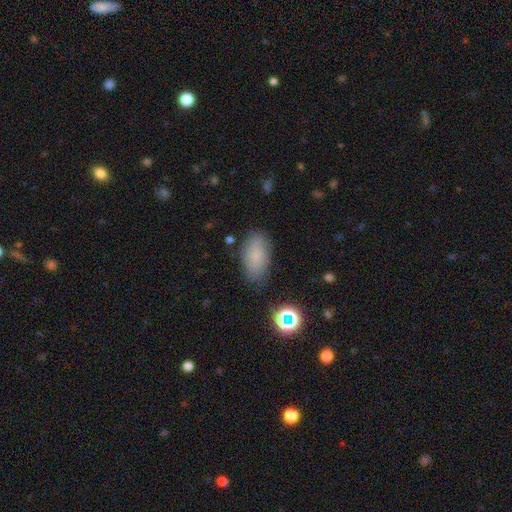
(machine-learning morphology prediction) This appears to be a smooth galaxy with no disk features (75%) that is in between round and cigar-shaped (92%). Merging: none (78%).